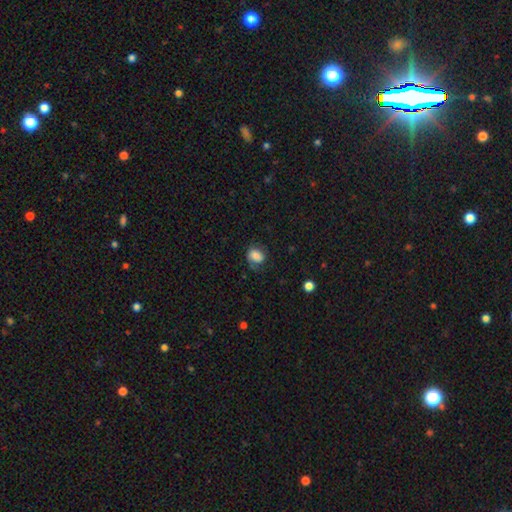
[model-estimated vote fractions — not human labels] Smooth or featured? Predicted: smooth (p=0.74). How rounded? Predicted: in between (p=0.59). Merging? Predicted: none (p=0.59).